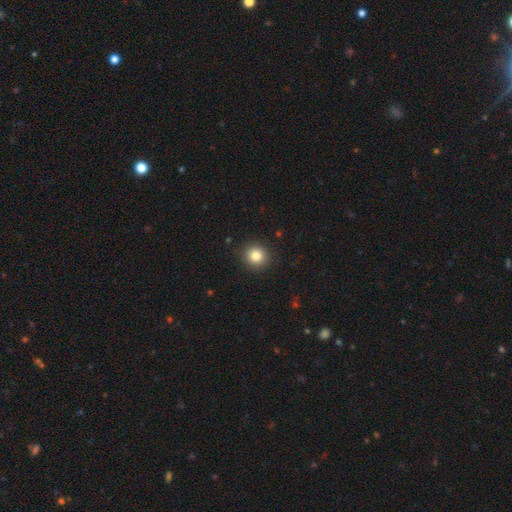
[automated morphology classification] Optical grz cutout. It shows a smooth galaxy with no disk features (83%) that is round (91%). Merging: none (91%).